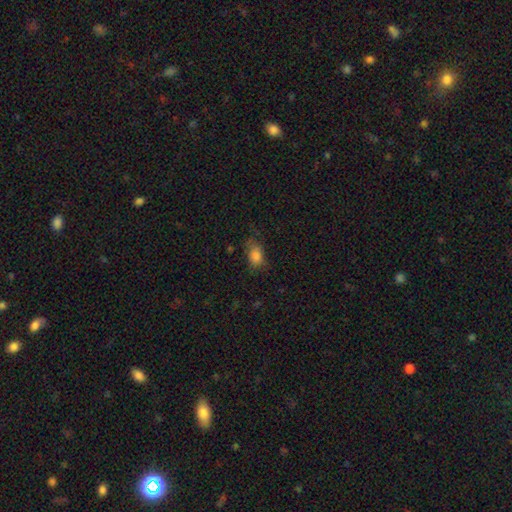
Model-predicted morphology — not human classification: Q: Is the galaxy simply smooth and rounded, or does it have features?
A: smooth — 82%.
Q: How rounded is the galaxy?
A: in between — 76%.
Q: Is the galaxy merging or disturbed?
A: none — 58%.